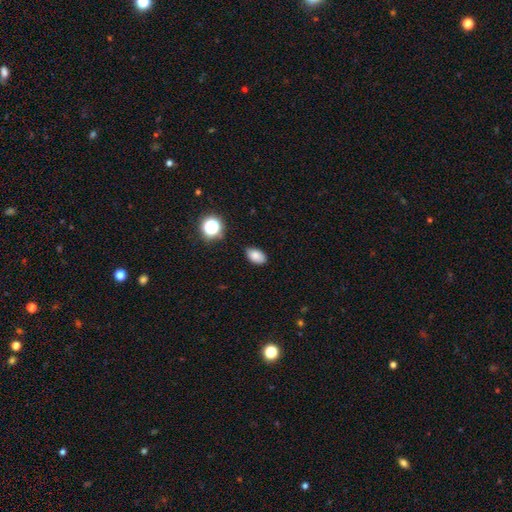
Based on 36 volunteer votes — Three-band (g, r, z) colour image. It shows a smooth galaxy with no disk features (89%) that is in between round and cigar-shaped (91%). Merging: none (74%).